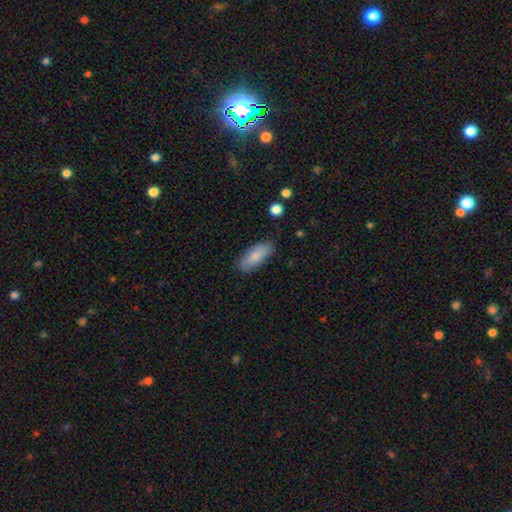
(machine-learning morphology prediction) Smooth or featured: smooth — 82% (featured or disk — 12%)
How rounded: in between — 78% (cigar-shaped — 20%)
Merging: none — 82% (minor disturbance — 14%)